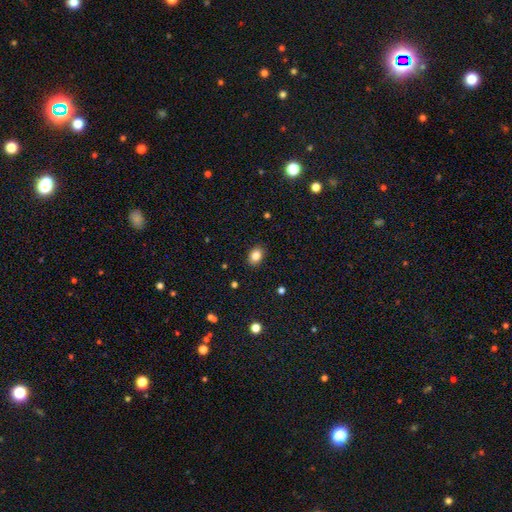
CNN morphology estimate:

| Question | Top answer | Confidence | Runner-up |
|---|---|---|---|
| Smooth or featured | smooth | 84% | star or artifact (10%) |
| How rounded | in between | 71% | round (27%) |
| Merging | none | 89% | minor disturbance (8%) |